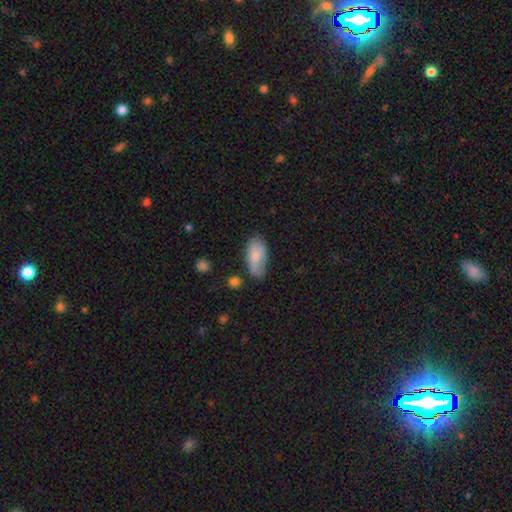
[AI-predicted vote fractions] Q: Smooth or featured?
A: smooth (73%); runner-up: featured or disk (20%)
Q: How rounded?
A: in between (92%); runner-up: cigar-shaped (5%)
Q: Merging?
A: none (54%); runner-up: minor disturbance (32%)